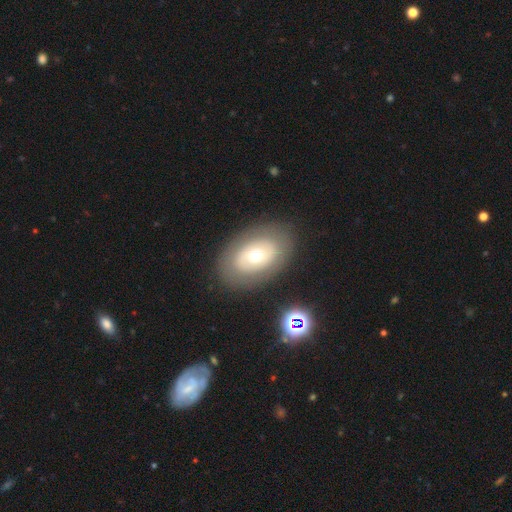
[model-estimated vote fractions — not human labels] Q: Smooth or featured?
A: featured or disk (46%); tied with: smooth (46%)
Q: Merging?
A: none (84%); runner-up: minor disturbance (10%)